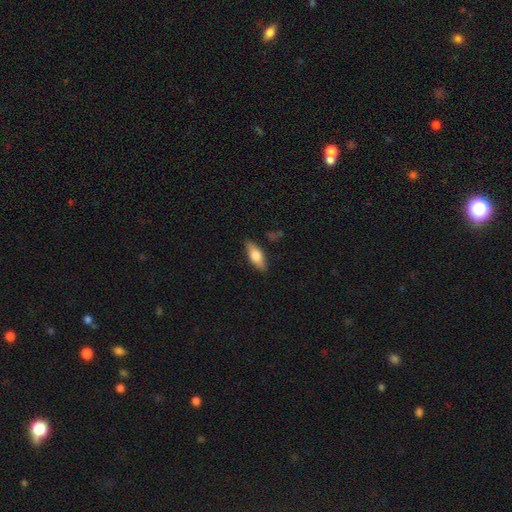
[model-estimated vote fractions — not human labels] A smooth galaxy with no disk features (66%) that is in between round and cigar-shaped (70%). Merging: none (84%).